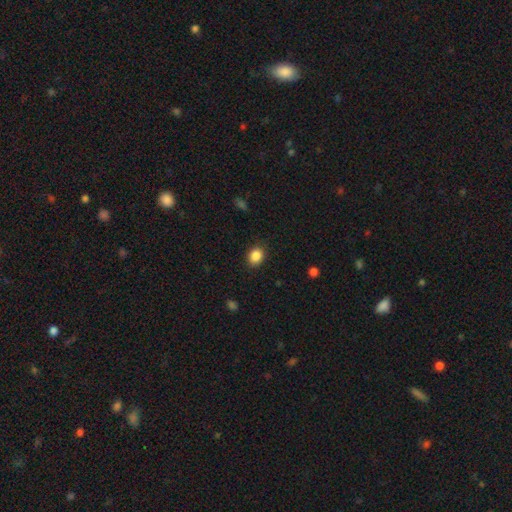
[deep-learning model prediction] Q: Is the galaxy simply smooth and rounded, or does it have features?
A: smooth — 87%.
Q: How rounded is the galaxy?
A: round — 52%.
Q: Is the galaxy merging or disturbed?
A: none — 87%.